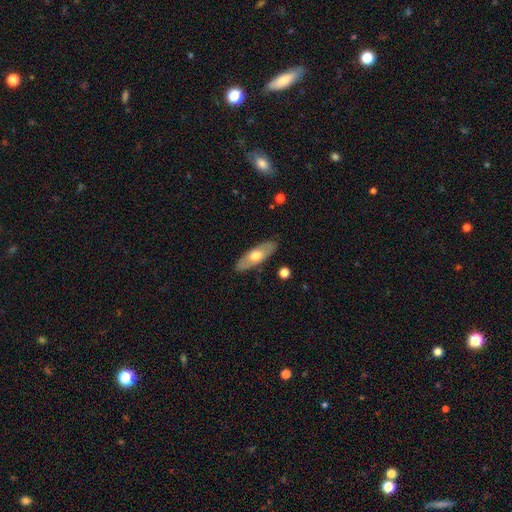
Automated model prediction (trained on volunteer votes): Overall: smooth (52%; featured or disk 43%). How rounded: in between (64%; cigar-shaped 33%). Merging: none (86%).